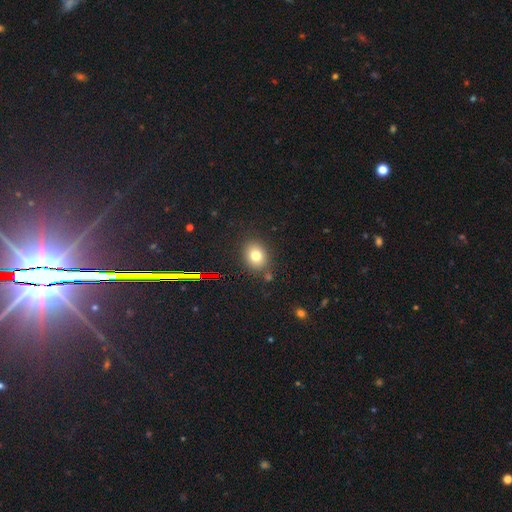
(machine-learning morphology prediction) Smooth or featured? smooth (76%)
How rounded? round (53%)
Merging? none (83%)